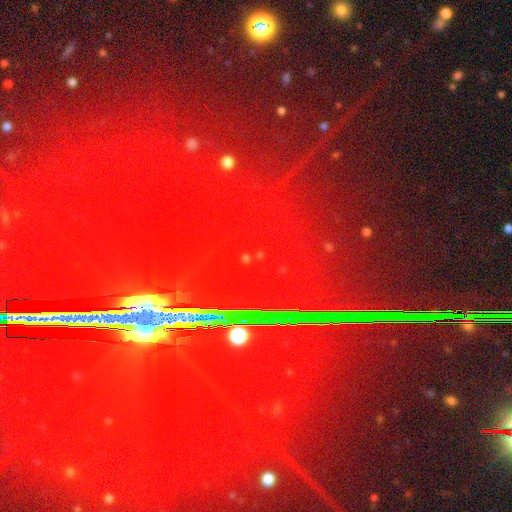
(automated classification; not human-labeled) Overall: star or artifact (88%).